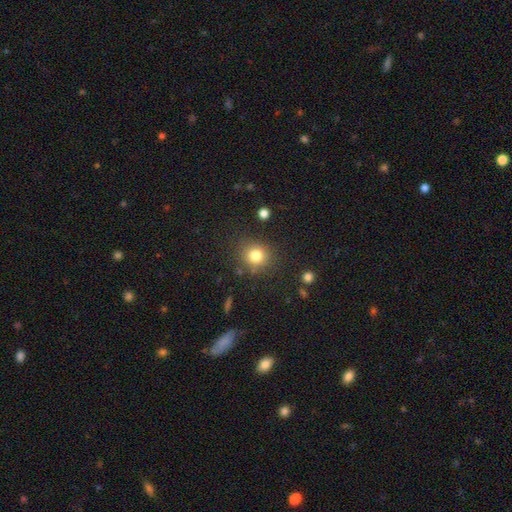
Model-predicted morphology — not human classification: smooth 80%, star or artifact 12%, featured or disk 7%. Down the decision tree: how rounded — round (85%); merging — none (83%).